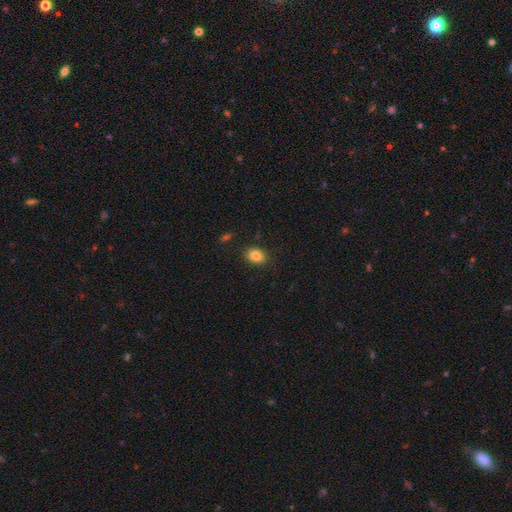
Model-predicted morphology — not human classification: Smooth or featured?
  - smooth: 86% *
  - star or artifact: 10%
  - featured or disk: 5%
How rounded?
  - in between: 62% *
  - round: 37%
  - cigar-shaped: 1%
Merging?
  - none: 87% *
  - minor disturbance: 9%
  - major disturbance: 3%
  - merger: 1%